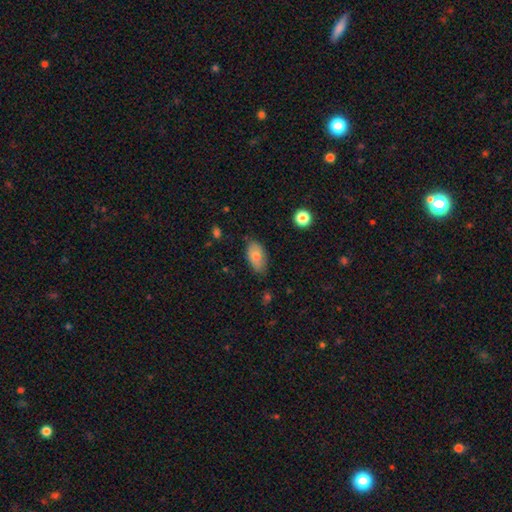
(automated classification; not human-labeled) Morphology: type=smooth (77%); roundness=in between (93%); merging=none (69%).